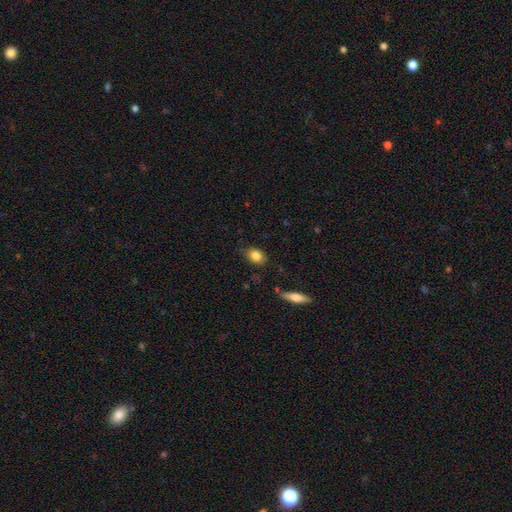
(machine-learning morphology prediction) The model was most divided on "how rounded": in between: 69%, round: 29%, cigar-shaped: 2%. More confident: smooth or featured — smooth (83%); merging — none (82%).